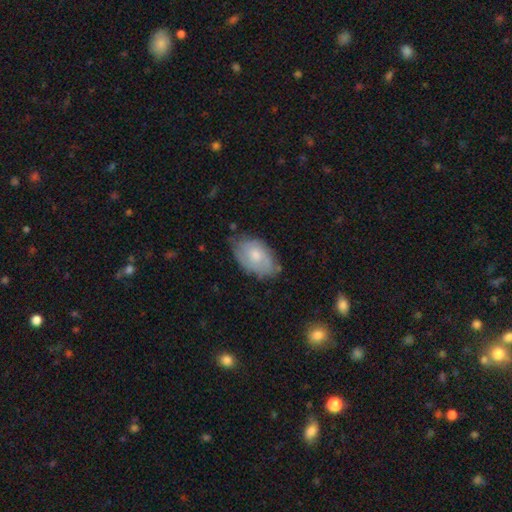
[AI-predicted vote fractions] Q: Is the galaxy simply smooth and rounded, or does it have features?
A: smooth — 51%.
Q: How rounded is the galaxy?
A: in between — 90%.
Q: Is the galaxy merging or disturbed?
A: none — 60%.